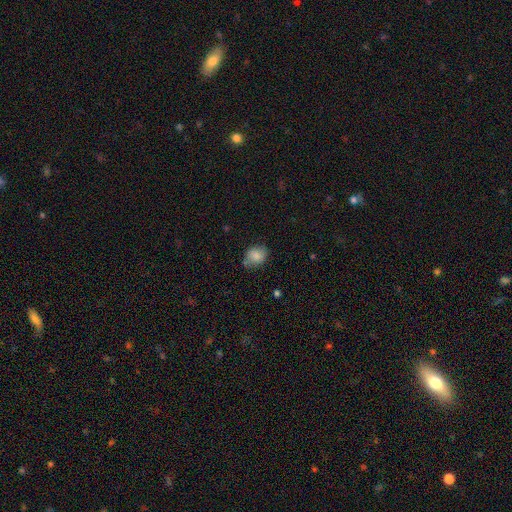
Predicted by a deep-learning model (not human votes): Smooth or featured? Predicted: smooth (p=0.81). How rounded? Predicted: round (p=0.55). Merging? Predicted: none (p=0.70).